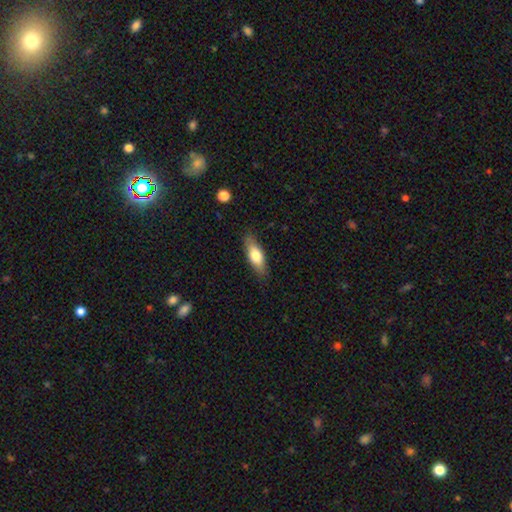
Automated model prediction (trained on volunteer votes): smooth-or-featured: smooth: 67% | featured or disk: 27% | star or artifact: 6%
  how-rounded: in between: 63% | cigar-shaped: 34% | round: 3%
  merging: none: 84% | minor disturbance: 13% | major disturbance: 2% | merger: 1%